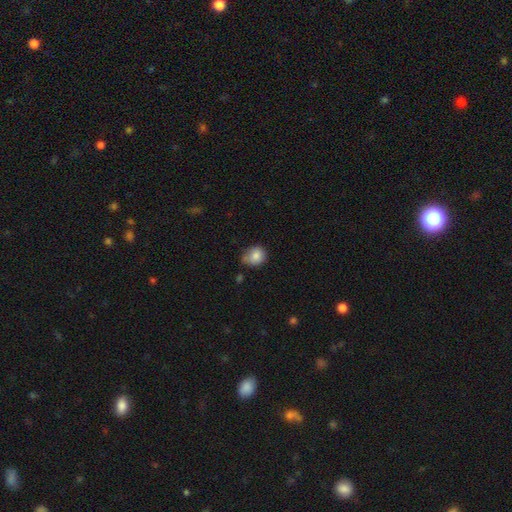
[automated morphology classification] This appears to be a smooth galaxy with no disk features (82%) that is round (64%). Merging: none (54%).